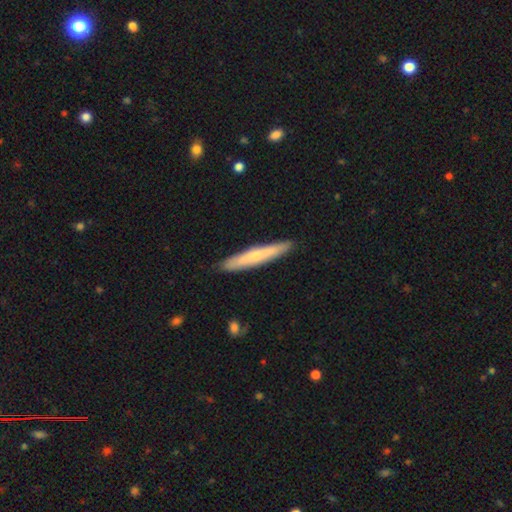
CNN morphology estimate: type=smooth (59%); roundness=cigar-shaped (95%); merging=none (90%).